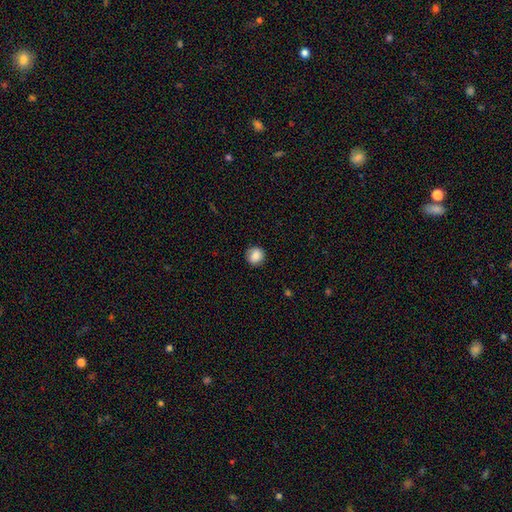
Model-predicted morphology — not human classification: A smooth galaxy with no disk features (83%) that is round (90%). Merging: none (86%).